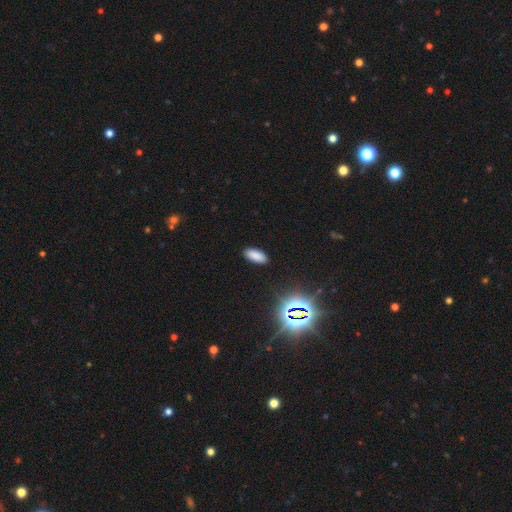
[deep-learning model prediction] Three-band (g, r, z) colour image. It shows a smooth galaxy with no disk features (81%) that is in between round and cigar-shaped (87%). Merging: none (89%).